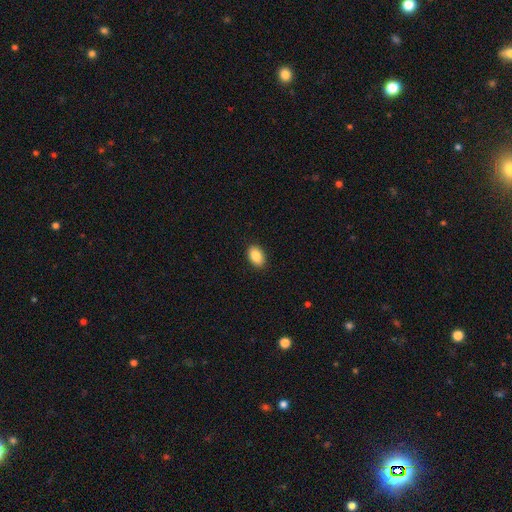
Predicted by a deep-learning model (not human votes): A smooth galaxy with no disk features (88%) that is in between round and cigar-shaped (90%). Merging: none (89%).